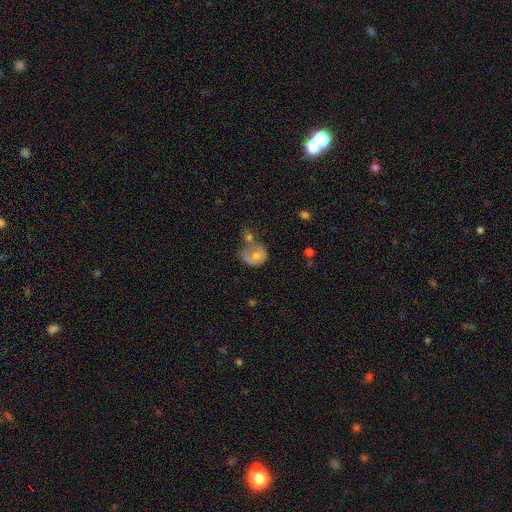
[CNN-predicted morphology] Smooth or featured: smooth — 53% (featured or disk — 40%)
How rounded: round — 70% (in between — 29%)
Merging: none — 32% (merger — 28%)